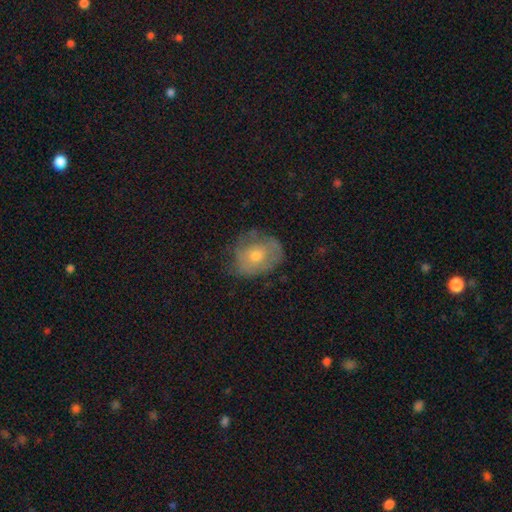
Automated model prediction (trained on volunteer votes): A smooth galaxy with no disk features (46%). Merging: none (58%).